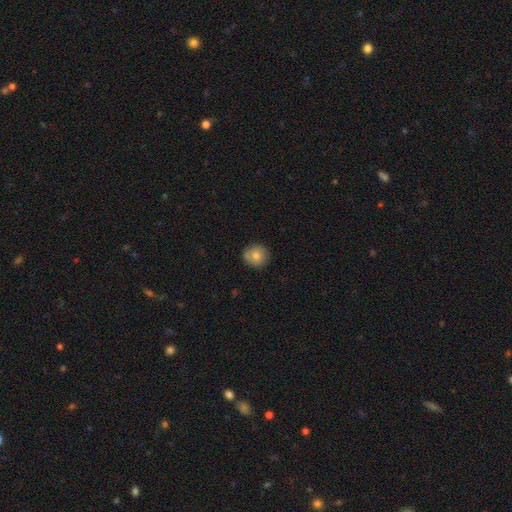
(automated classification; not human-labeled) Q: Smooth or featured?
A: smooth (78%); runner-up: featured or disk (14%)
Q: How rounded?
A: round (93%); runner-up: in between (7%)
Q: Merging?
A: none (85%); runner-up: minor disturbance (11%)